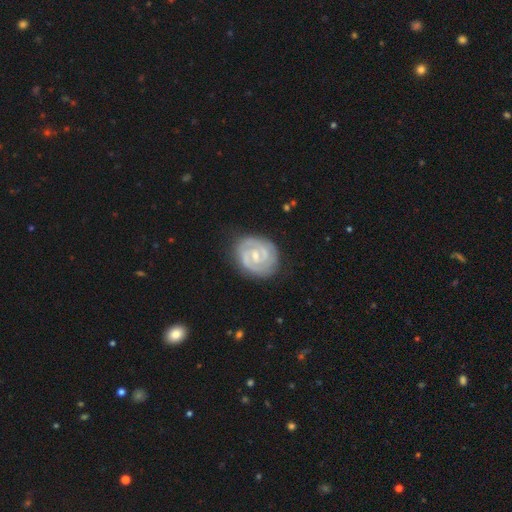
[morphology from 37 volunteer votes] Smooth or featured? featured or disk (81%)
Edge-on disk? no (97%)
Bar? weak (55%)
Spiral arms? yes (100%)
Spiral winding? tight (76%)
Spiral arm count? 2 (83%)
Bulge size? small (48%)
Merging? none (72%)